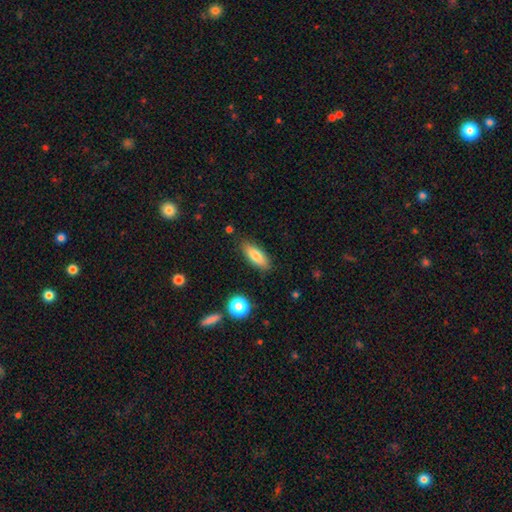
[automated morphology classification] smooth 80%, featured or disk 13%, star or artifact 7%. Down the decision tree: how rounded — in between (66%); merging — none (84%).